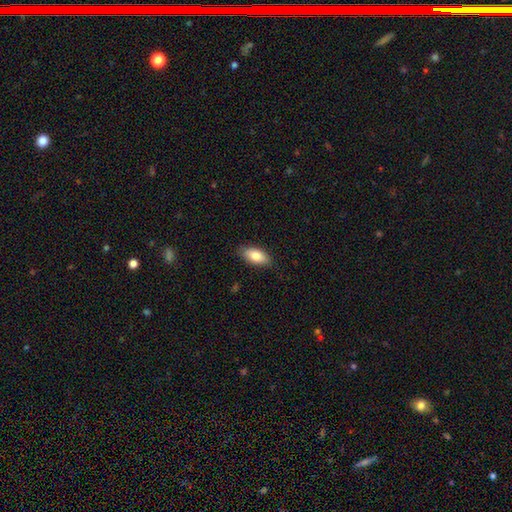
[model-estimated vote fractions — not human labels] A smooth galaxy with no disk features (83%) that is in between round and cigar-shaped (90%). Merging: none (85%).